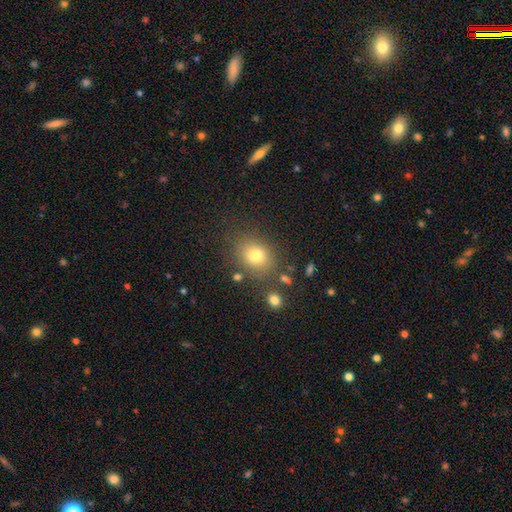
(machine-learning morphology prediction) Smooth or featured? smooth (77%)
How rounded? round (56%)
Merging? none (77%)